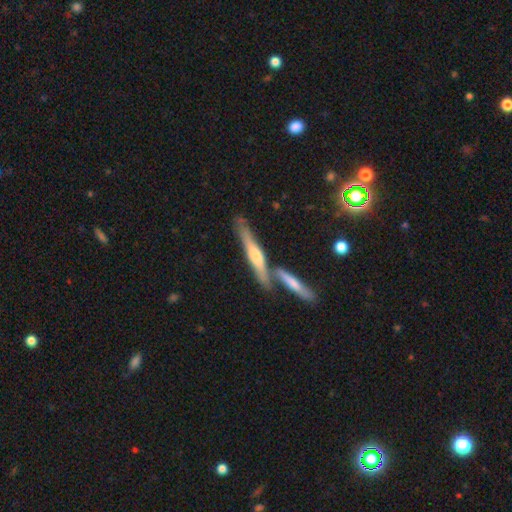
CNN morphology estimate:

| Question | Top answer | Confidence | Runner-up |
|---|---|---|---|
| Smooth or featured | featured or disk | 67% | smooth (26%) |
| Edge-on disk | yes | 95% | no (5%) |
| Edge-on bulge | rounded | 73% | boxy (14%) |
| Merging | none | 65% | merger (22%) |